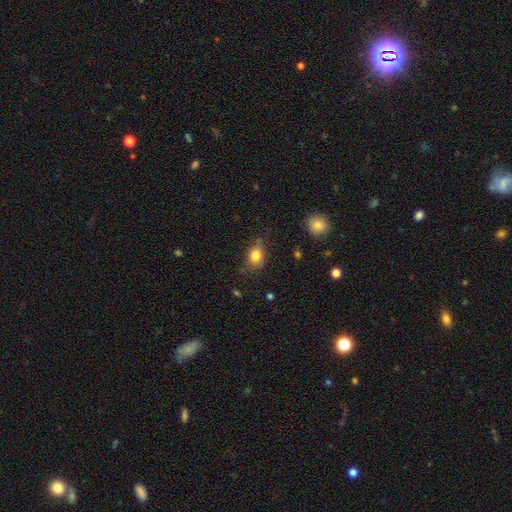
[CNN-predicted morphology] Overall: smooth (81%). How rounded: in between (53%; round 45%). Merging: none (65%; minor disturbance 26%).